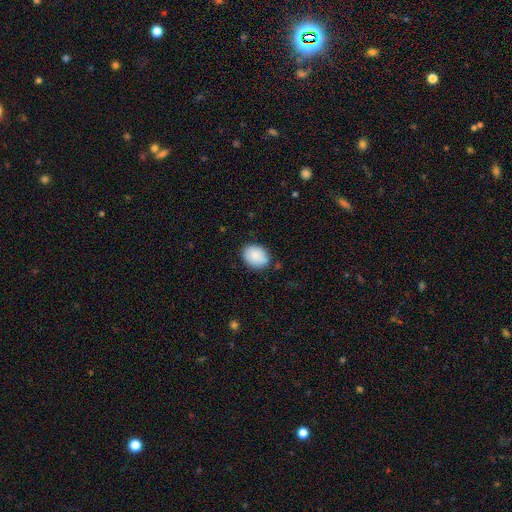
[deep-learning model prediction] Smooth or featured: smooth — 88% (star or artifact — 7%)
How rounded: in between — 66% (round — 33%)
Merging: none — 82% (minor disturbance — 14%)